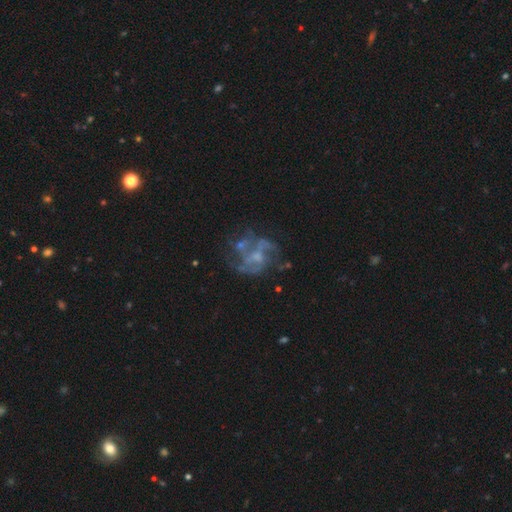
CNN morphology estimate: This is likely a featured or disk galaxy (77%). It is clearly not viewed edge-on (98%). Bar: likely no (61%). Spiral arm pattern: likely yes (71%). Spiral arm count: marginally can't tell (30%). Spiral winding: possibly medium (45%). Central bulge: marginally small (37%). Merging: possibly none (52%).